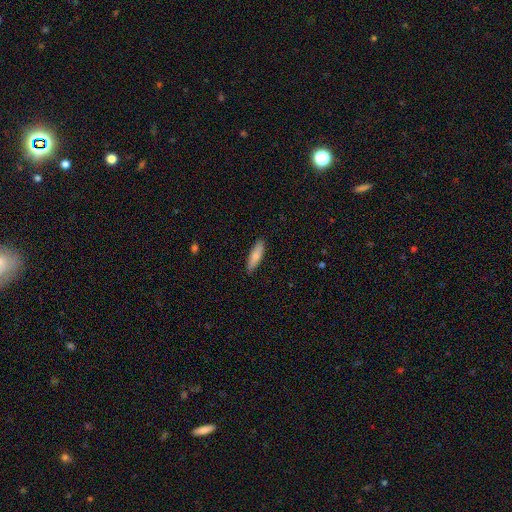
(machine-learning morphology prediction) The model was most divided on "how rounded": cigar-shaped: 60%, in between: 38%, round: 2%. More confident: merging — none (89%); smooth or featured — smooth (75%).